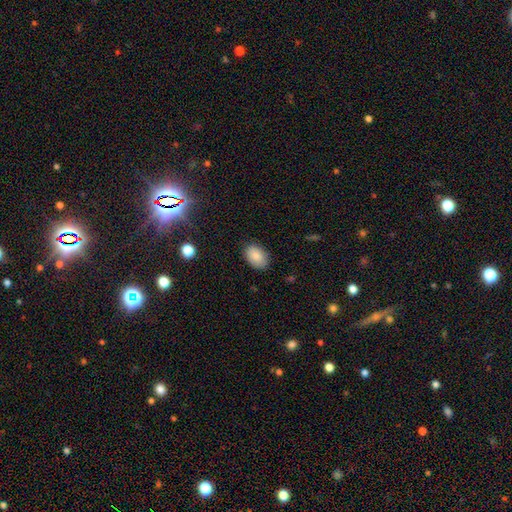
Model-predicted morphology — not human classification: Smooth or featured?
  - smooth: 87% *
  - star or artifact: 8%
  - featured or disk: 6%
How rounded?
  - in between: 86% *
  - round: 13%
  - cigar-shaped: 1%
Merging?
  - none: 85% *
  - minor disturbance: 12%
  - major disturbance: 3%
  - merger: 1%